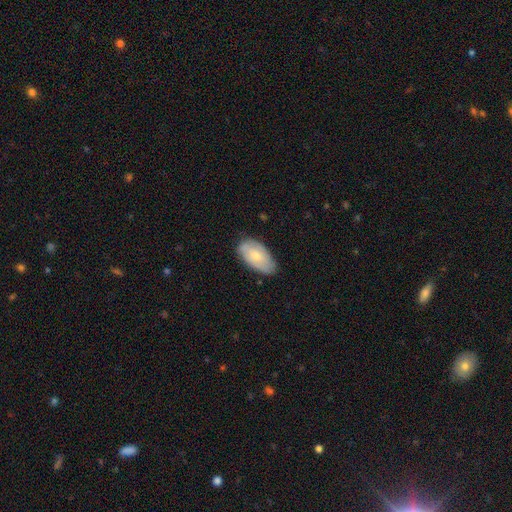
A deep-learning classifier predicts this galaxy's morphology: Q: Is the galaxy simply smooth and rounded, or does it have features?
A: smooth — 64%.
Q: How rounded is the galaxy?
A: in between — 94%.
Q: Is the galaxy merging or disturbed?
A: none — 72%.